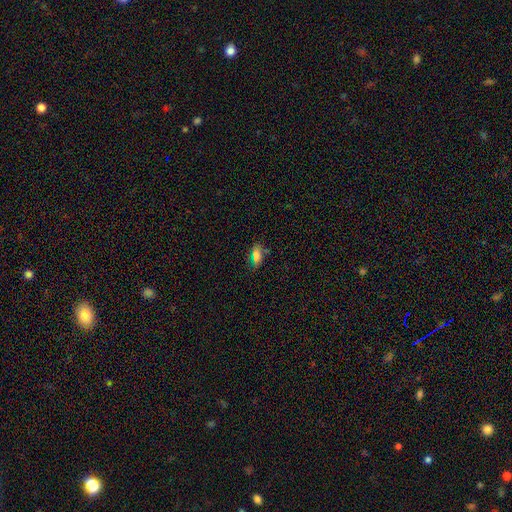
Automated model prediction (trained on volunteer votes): Smooth or featured? smooth (70%)
How rounded? in between (79%)
Merging? none (70%)